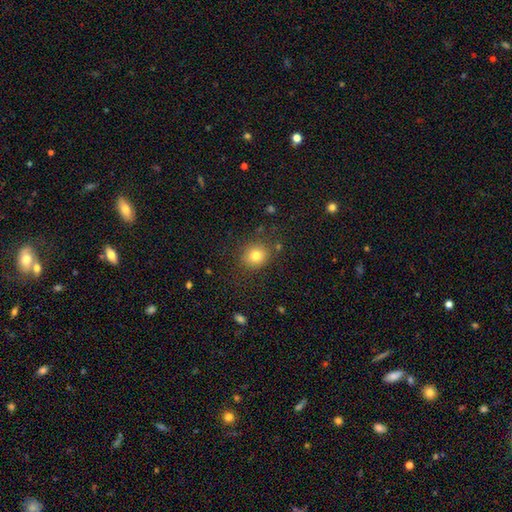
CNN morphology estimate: A smooth galaxy with no disk features (79%) that is round (76%).

Vote fractions:
- Smooth or featured? smooth: 79% / star or artifact: 12% / featured or disk: 9%
- How rounded? round: 76% / in between: 23% / cigar-shaped: 1%
- Merging? none: 83% / minor disturbance: 10% / major disturbance: 4% / merger: 2%